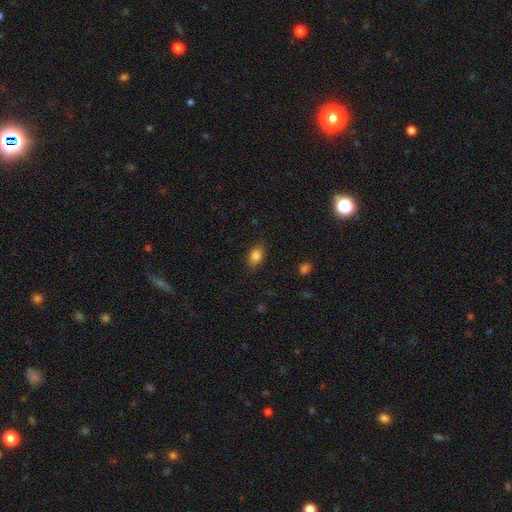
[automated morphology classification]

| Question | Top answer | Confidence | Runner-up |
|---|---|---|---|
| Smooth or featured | smooth | 84% | star or artifact (9%) |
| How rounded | in between | 76% | round (22%) |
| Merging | none | 83% | minor disturbance (13%) |